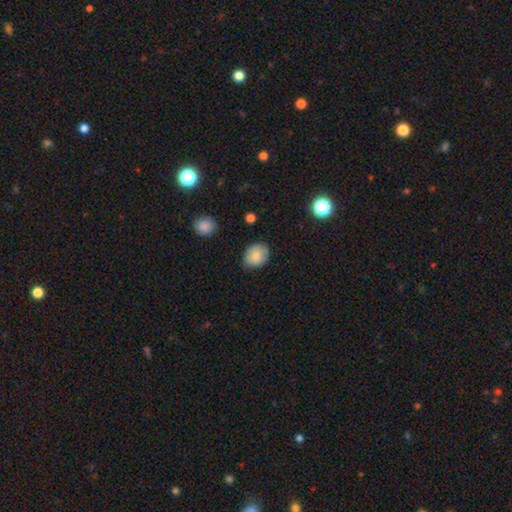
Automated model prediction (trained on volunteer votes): Q: Smooth or featured?
A: smooth (85%); runner-up: featured or disk (8%)
Q: How rounded?
A: in between (55%); runner-up: round (44%)
Q: Merging?
A: none (81%); runner-up: minor disturbance (15%)